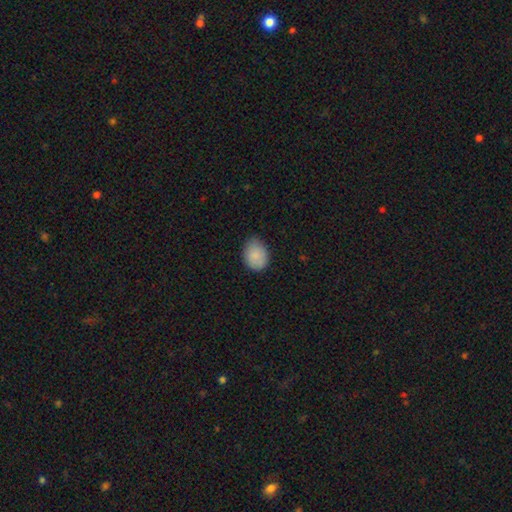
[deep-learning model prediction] Overall: smooth (87%). How rounded: in between (64%; round 35%). Merging: none (72%).